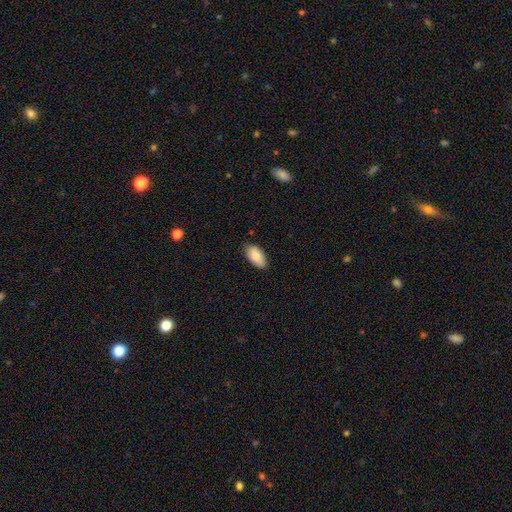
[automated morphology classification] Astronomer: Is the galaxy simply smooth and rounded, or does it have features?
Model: smooth — 88%.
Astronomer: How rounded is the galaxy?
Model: in between — 94%.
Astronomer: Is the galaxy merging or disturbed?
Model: none — 82%.